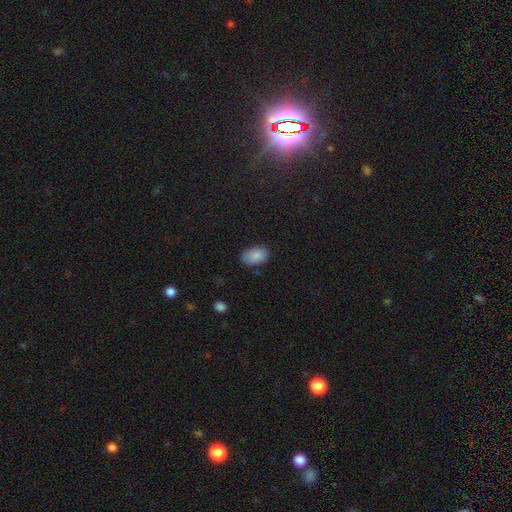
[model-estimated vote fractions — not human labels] smooth_or_featured: smooth (p=0.87) [alt: star or artifact p=0.08]
how_rounded: in between (p=0.91) [alt: round p=0.08]
merging: none (p=0.80) [alt: minor disturbance p=0.15]